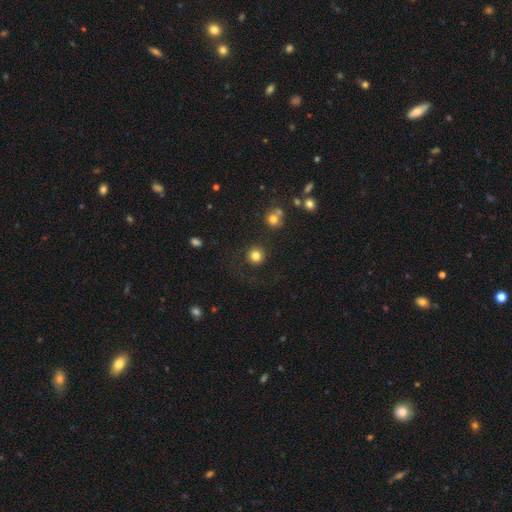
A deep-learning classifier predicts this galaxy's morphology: smooth 81%, star or artifact 12%, featured or disk 6%. Down the decision tree: how rounded — round (94%); merging — none (85%).